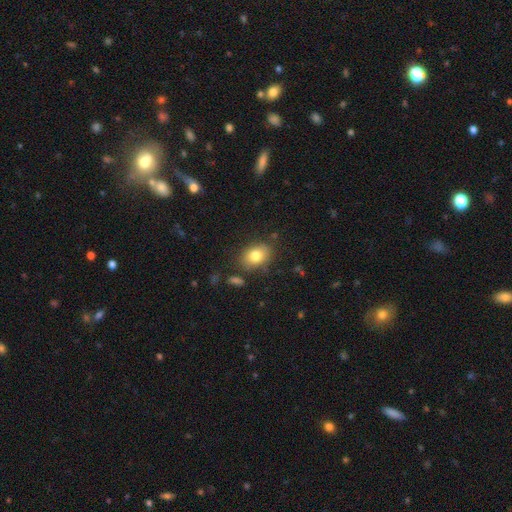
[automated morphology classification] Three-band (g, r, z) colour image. It shows a smooth galaxy with no disk features (80%) that is in between round and cigar-shaped (68%). Merging: none (79%).